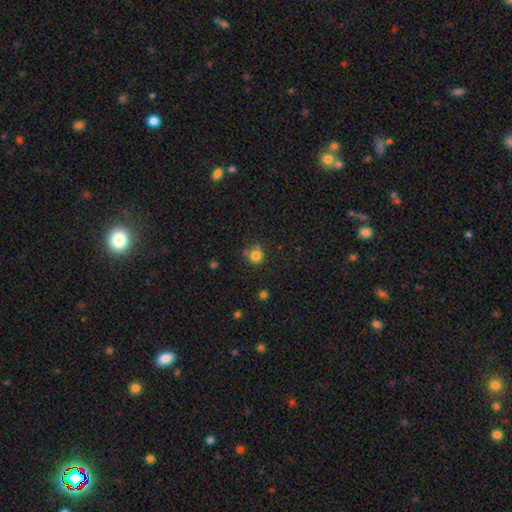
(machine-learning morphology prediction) This appears to be a smooth galaxy with no disk features (80%) that is round (80%). Merging: none (55%).